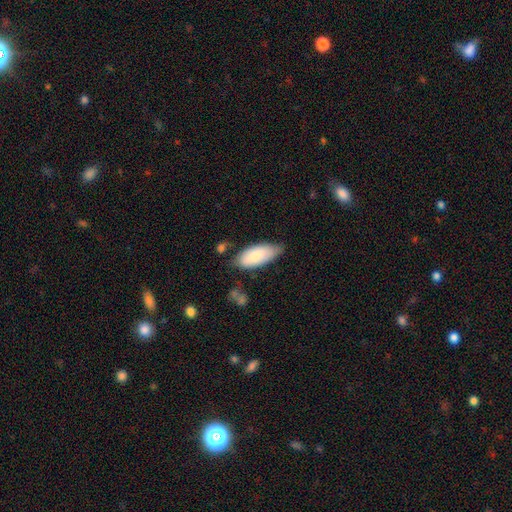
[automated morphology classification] type=smooth (80%); roundness=in between (87%); merging=none (60%).